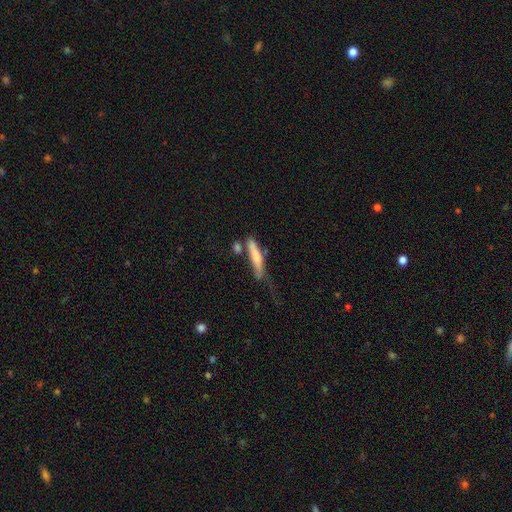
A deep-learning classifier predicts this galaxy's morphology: smooth_or_featured: smooth (p=0.66) [alt: featured or disk p=0.27]
how_rounded: cigar-shaped (p=0.86) [alt: in between p=0.12]
merging: none (p=0.44) [alt: minor disturbance p=0.25]